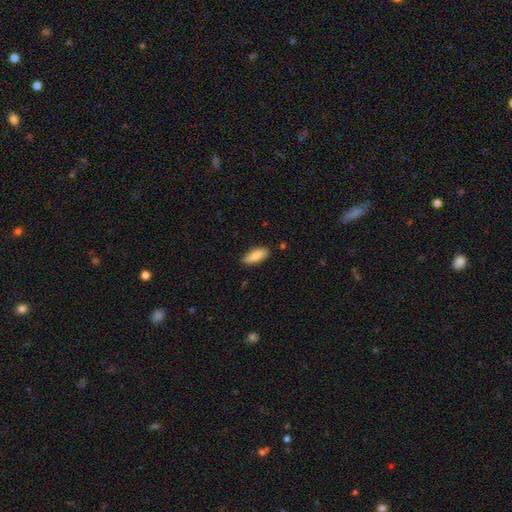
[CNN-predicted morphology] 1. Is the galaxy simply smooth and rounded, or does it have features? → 83% smooth, 10% featured or disk, 6% star or artifact.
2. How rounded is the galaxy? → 77% in between, 21% cigar-shaped, 2% round.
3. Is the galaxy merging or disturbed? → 84% none, 12% minor disturbance, 2% major disturbance, 2% merger.